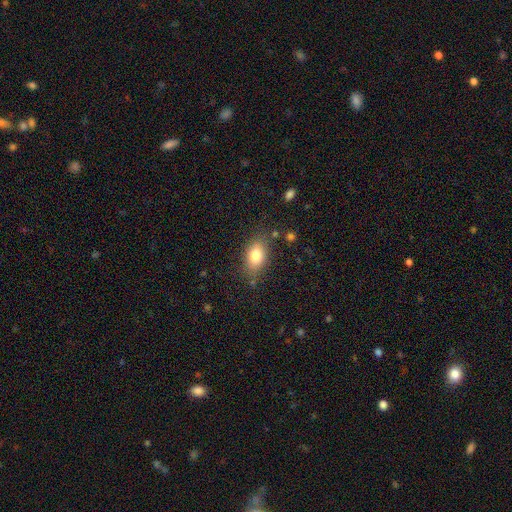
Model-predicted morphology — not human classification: smooth-or-featured: smooth: 80% | featured or disk: 12% | star or artifact: 9%
  how-rounded: in between: 86% | round: 10% | cigar-shaped: 3%
  merging: none: 79% | minor disturbance: 14% | major disturbance: 4% | merger: 3%